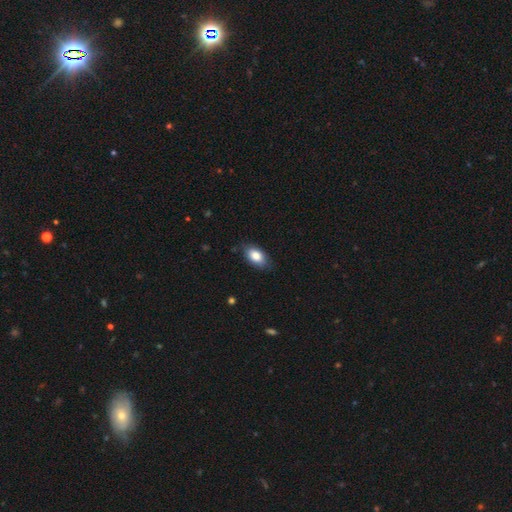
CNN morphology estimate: Overall: smooth (82%). How rounded: in between (91%). Merging: none (81%).